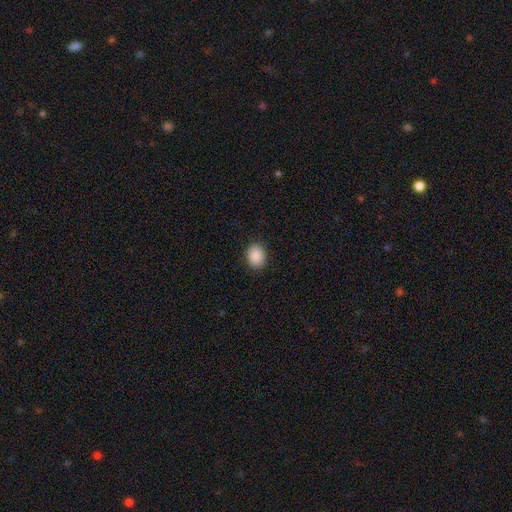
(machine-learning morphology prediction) The model was most divided on "how rounded": in between: 55%, round: 44%, cigar-shaped: 1%. More confident: smooth or featured — smooth (90%); merging — none (89%).